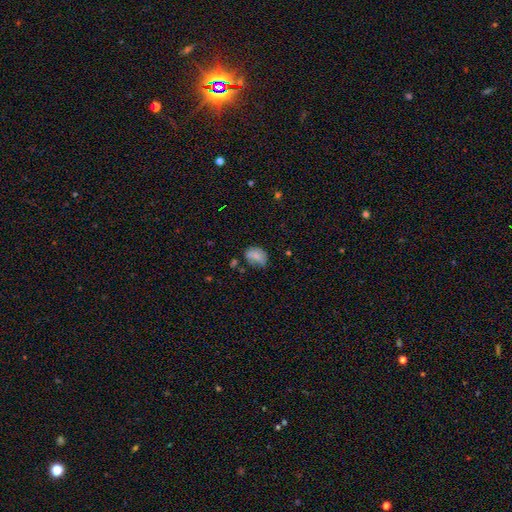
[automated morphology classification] smooth_or_featured: smooth (p=0.70) [alt: featured or disk p=0.20]
how_rounded: in between (p=0.65) [alt: round p=0.34]
merging: none (p=0.47) [alt: minor disturbance p=0.35]